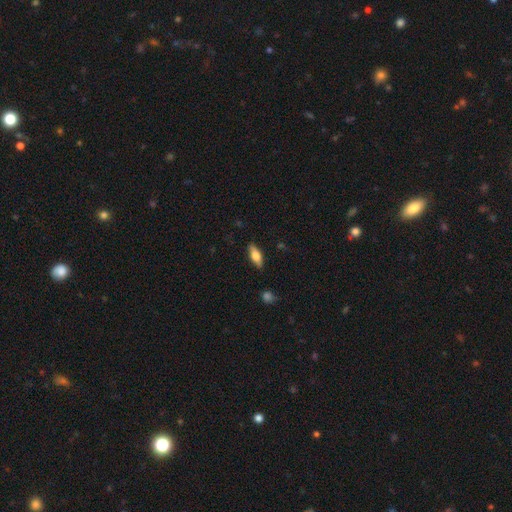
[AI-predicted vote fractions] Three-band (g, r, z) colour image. It shows a smooth galaxy with no disk features (63%) that is in between round and cigar-shaped (69%). Merging: none (86%).